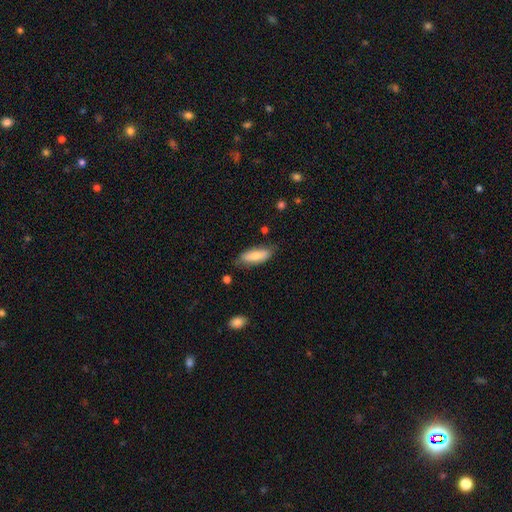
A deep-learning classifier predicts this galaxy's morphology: Smooth or featured: smooth — 73% (featured or disk — 21%)
How rounded: in between — 70% (cigar-shaped — 28%)
Merging: none — 73% (minor disturbance — 21%)